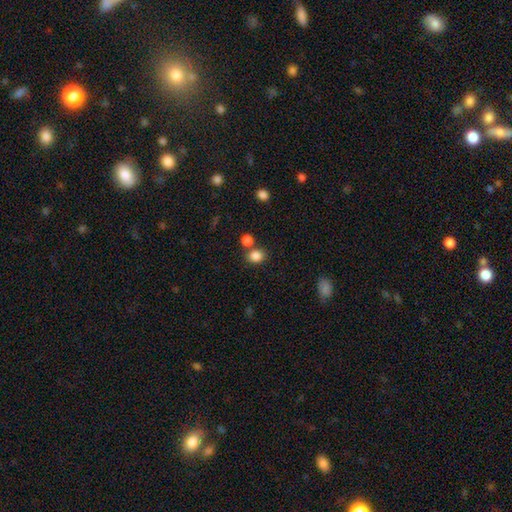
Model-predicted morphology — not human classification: Overall: smooth (84%). How rounded: round (67%; in between 32%). Merging: none (66%).